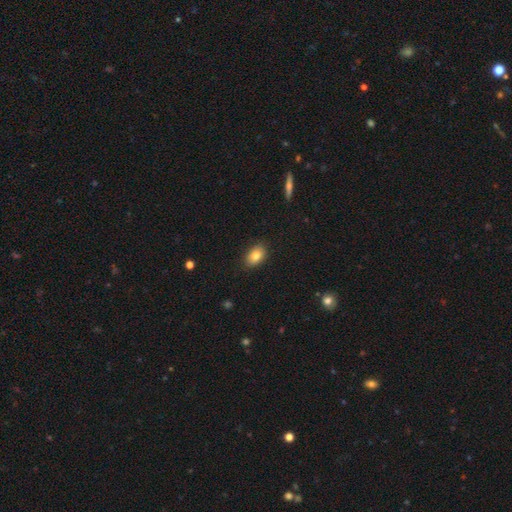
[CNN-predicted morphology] type=smooth (82%); roundness=in between (85%); merging=none (87%).